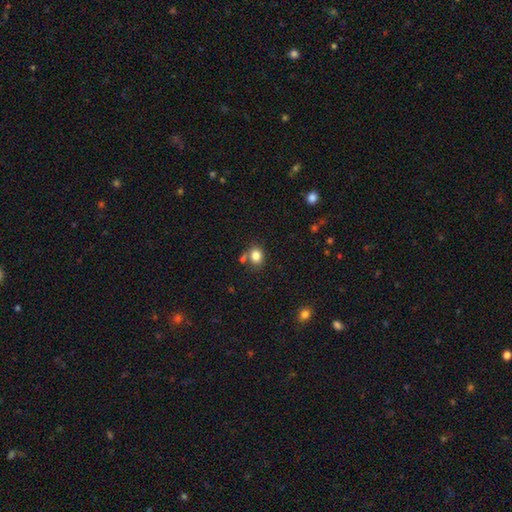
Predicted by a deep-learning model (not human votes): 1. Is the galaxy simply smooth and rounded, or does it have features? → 82% smooth, 11% star or artifact, 7% featured or disk.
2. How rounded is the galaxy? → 59% round, 40% in between, 1% cigar-shaped.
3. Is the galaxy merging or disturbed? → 69% none, 14% merger, 13% minor disturbance, 4% major disturbance.